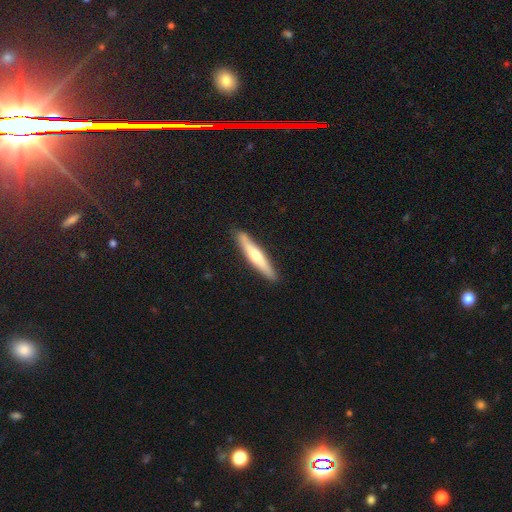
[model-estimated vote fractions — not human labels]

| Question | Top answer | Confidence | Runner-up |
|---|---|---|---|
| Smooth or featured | smooth | 49% | featured or disk (46%) |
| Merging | none | 89% | minor disturbance (8%) |